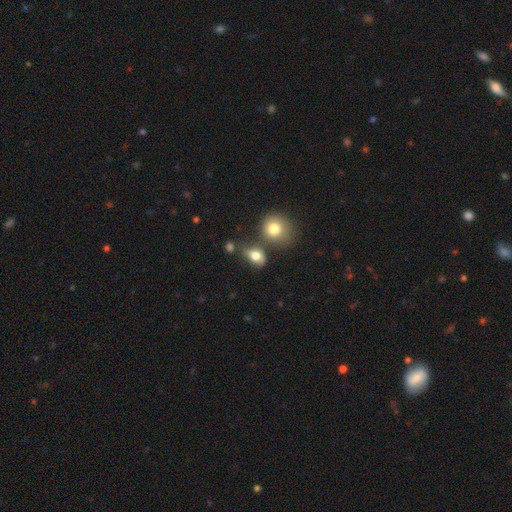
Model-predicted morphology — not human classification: A smooth galaxy with no disk features (79%) that is in between round and cigar-shaped (73%).

Vote fractions:
- Smooth or featured? smooth: 79% / featured or disk: 12% / star or artifact: 10%
- How rounded? in between: 73% / round: 24% / cigar-shaped: 2%
- Merging? none: 51% / merger: 21% / minor disturbance: 20% / major disturbance: 9%